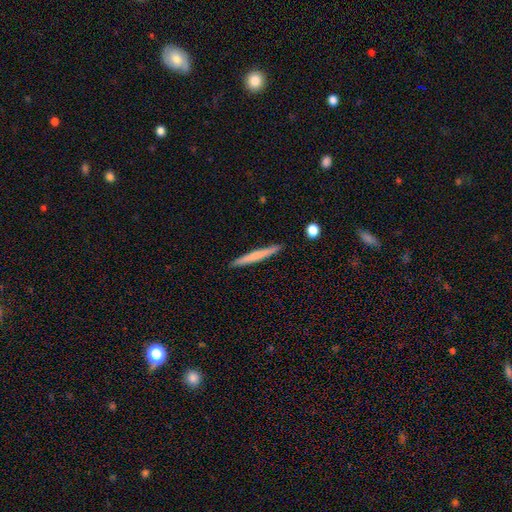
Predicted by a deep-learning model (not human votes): Smooth or featured? smooth (61%)
How rounded? cigar-shaped (97%)
Merging? none (90%)